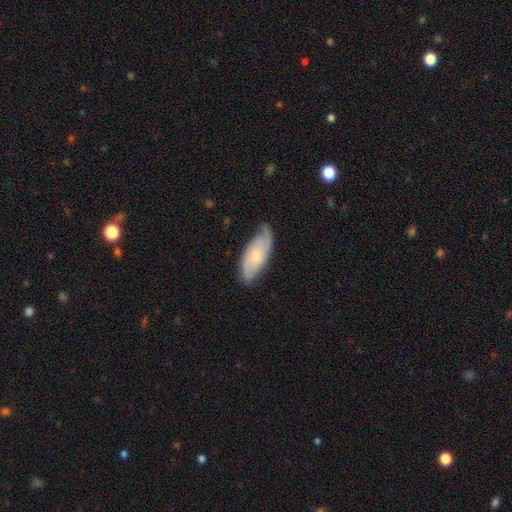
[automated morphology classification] Smooth or featured? featured or disk (58%)
Edge-on disk? no (89%)
Bar? no (66%)
Spiral arms? yes (89%)
Bulge size? small (57%)
Merging? none (66%)